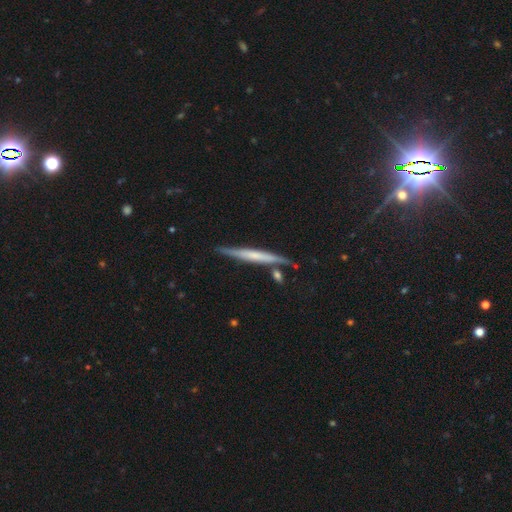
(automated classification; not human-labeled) Q: Smooth or featured?
A: featured or disk (57%); runner-up: smooth (37%)
Q: Edge-on disk?
A: yes (96%); runner-up: no (4%)
Q: Edge-on bulge?
A: none (56%); runner-up: rounded (26%)
Q: Merging?
A: none (78%); runner-up: minor disturbance (13%)